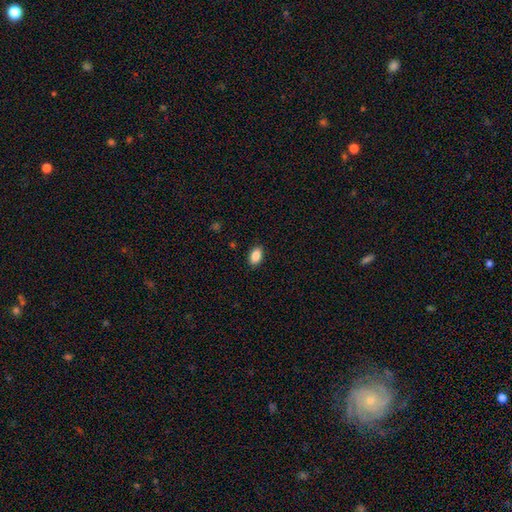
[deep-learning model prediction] Smooth or featured? Predicted: smooth (p=0.88). How rounded? Predicted: in between (p=0.91). Merging? Predicted: none (p=0.89).